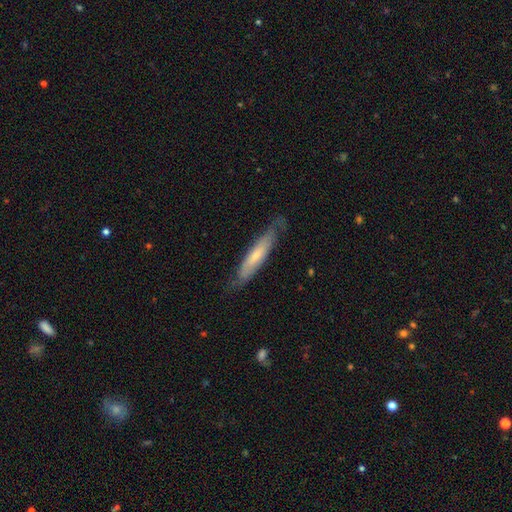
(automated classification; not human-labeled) Morphology: type=smooth (48%); merging=none (71%).